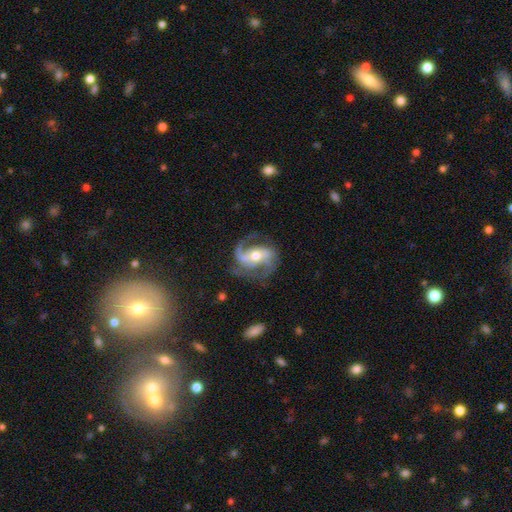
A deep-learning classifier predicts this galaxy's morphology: This appears to be a featured or disk galaxy (88%) with a strong bar (39%), 2 (84%) medium (54%) spiral arms (97%) and a moderate central bulge (65%). Merging: none (71%).